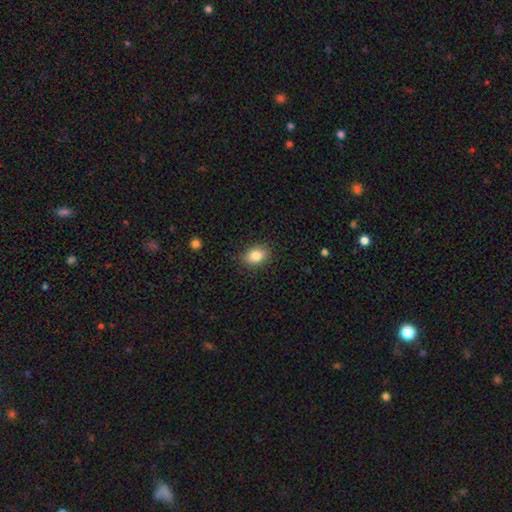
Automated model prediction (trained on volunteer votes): Smooth or featured? Predicted: smooth (p=0.84). How rounded? Predicted: in between (p=0.71). Merging? Predicted: none (p=0.87).